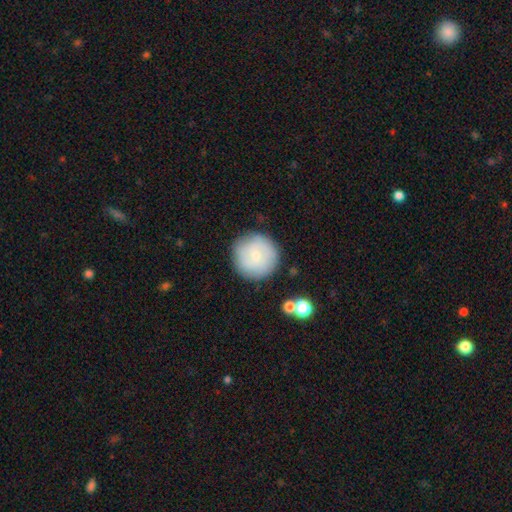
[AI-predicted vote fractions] Q: Smooth or featured?
A: smooth (71%); runner-up: featured or disk (22%)
Q: How rounded?
A: round (96%); runner-up: in between (3%)
Q: Merging?
A: none (84%); runner-up: minor disturbance (10%)